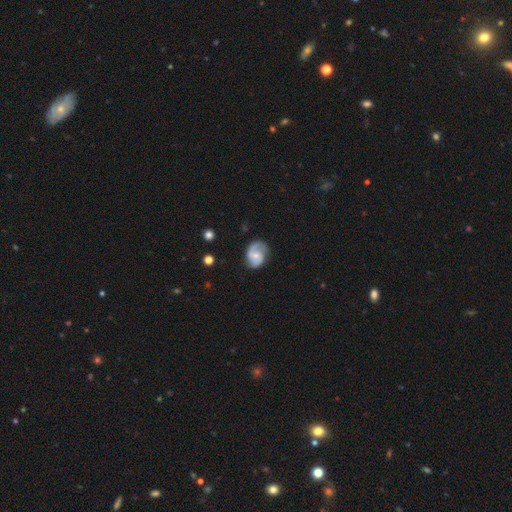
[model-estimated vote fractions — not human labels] A featured or disk galaxy (68%) with no bar (62%), 2 (71%) medium (44%) spiral arms (91%) and a small central bulge (53%). Merging: none (65%).